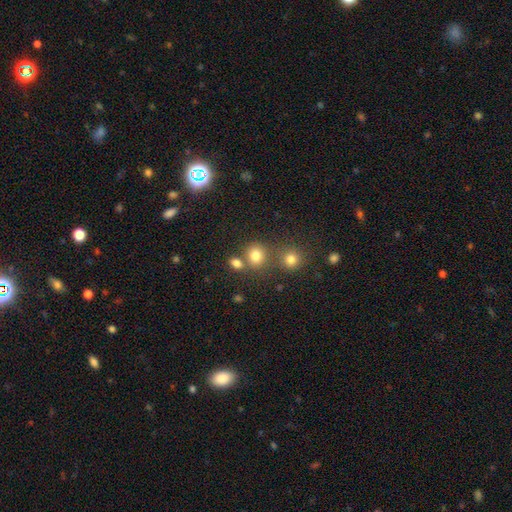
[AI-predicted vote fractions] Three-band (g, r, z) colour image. It shows a smooth galaxy with no disk features (78%) that is round (77%). Merging: none (62%).